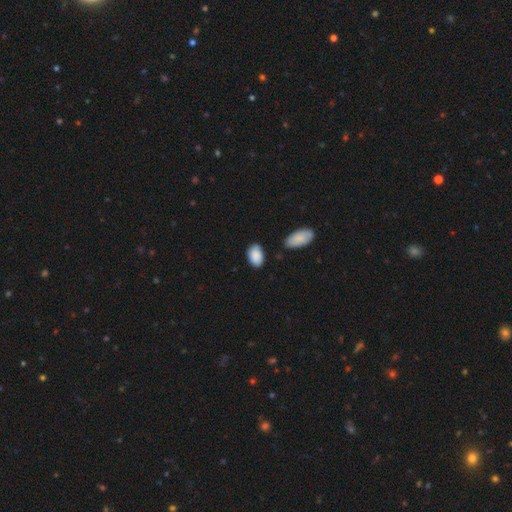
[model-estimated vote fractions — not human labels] A smooth galaxy with no disk features (89%) that is in between round and cigar-shaped (90%).

Vote fractions:
- Smooth or featured? smooth: 89% / star or artifact: 7% / featured or disk: 5%
- How rounded? in between: 90% / round: 8% / cigar-shaped: 1%
- Merging? none: 77% / minor disturbance: 15% / merger: 5% / major disturbance: 3%